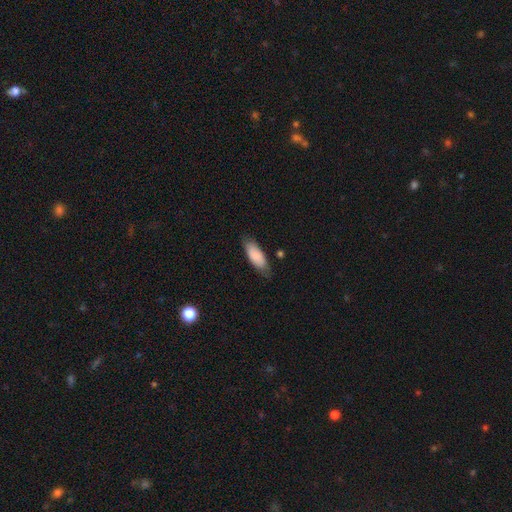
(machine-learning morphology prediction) smooth 84%, featured or disk 10%, star or artifact 6%. Down the decision tree: how rounded — in between (72%); merging — none (77%).